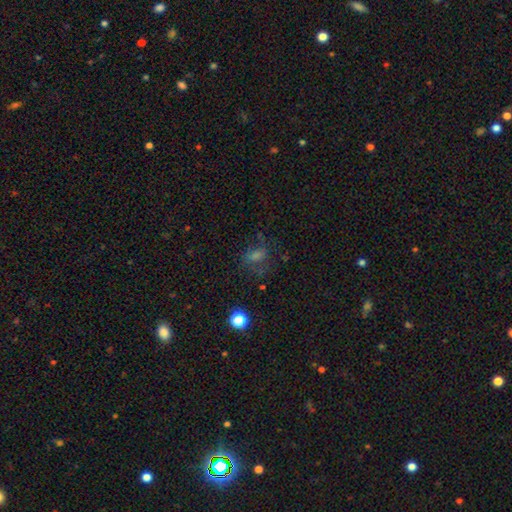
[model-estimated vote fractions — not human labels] A smooth galaxy with no disk features (41%).

Vote fractions:
- Smooth or featured? smooth: 41% / star or artifact: 35% / featured or disk: 25%
- Merging? none: 62% / minor disturbance: 19% / major disturbance: 16% / merger: 3%